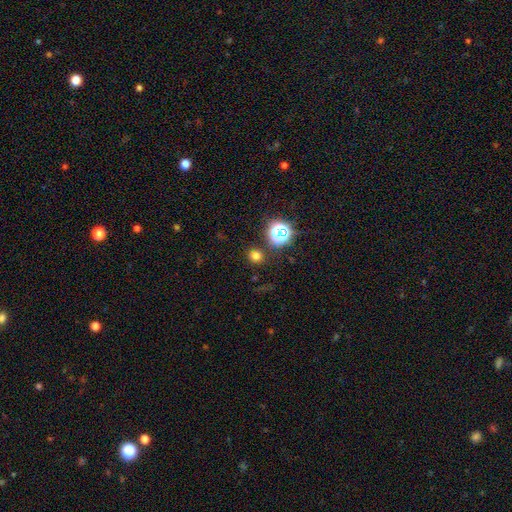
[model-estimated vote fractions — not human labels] Smooth or featured: smooth — 70% (star or artifact — 25%)
How rounded: round — 89% (in between — 10%)
Merging: none — 85% (minor disturbance — 8%)